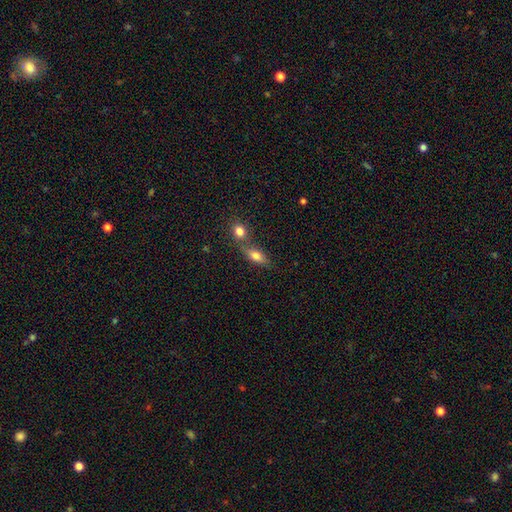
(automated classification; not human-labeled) Overall: smooth (76%). How rounded: in between (74%). Merging: none (44%; merger 41%).